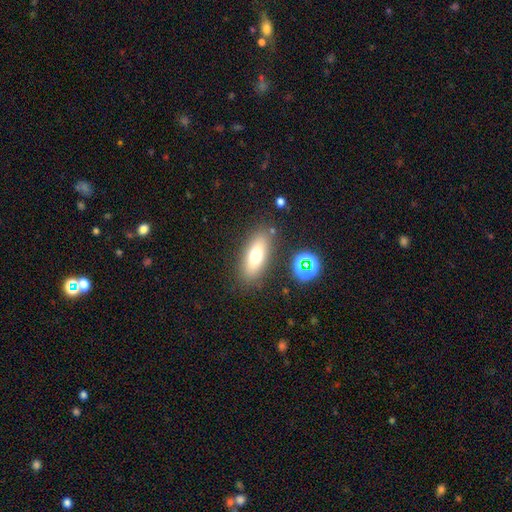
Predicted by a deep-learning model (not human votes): This is likely a smooth galaxy (66%). How rounded: likely in between (72%). Merging: clearly none (83%).